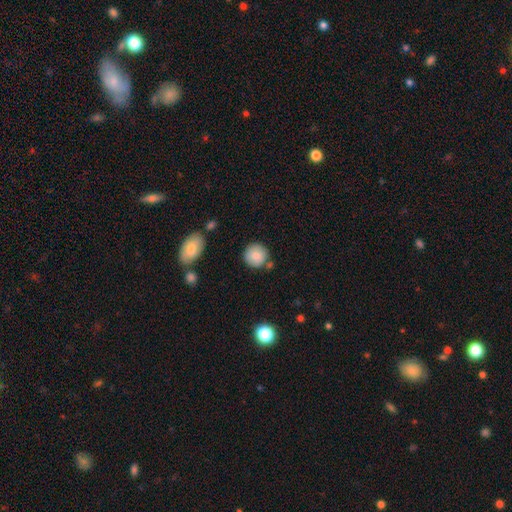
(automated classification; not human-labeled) smooth_or_featured: smooth (p=0.84) [alt: featured or disk p=0.08]
how_rounded: round (p=0.92) [alt: in between p=0.07]
merging: none (p=0.79) [alt: minor disturbance p=0.11]